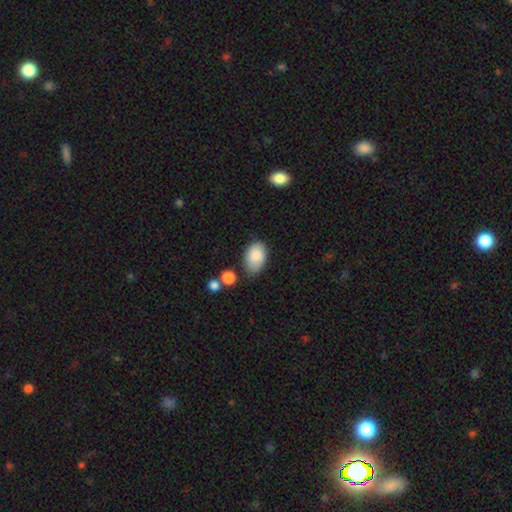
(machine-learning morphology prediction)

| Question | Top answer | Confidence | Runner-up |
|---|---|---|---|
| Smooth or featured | smooth | 86% | featured or disk (7%) |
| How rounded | in between | 91% | round (8%) |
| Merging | none | 66% | minor disturbance (24%) |